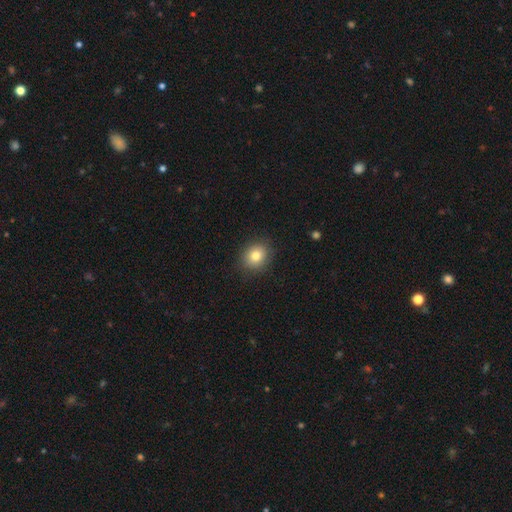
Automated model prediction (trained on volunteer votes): Q: Smooth or featured?
A: smooth (80%); runner-up: star or artifact (10%)
Q: How rounded?
A: round (66%); runner-up: in between (33%)
Q: Merging?
A: none (87%); runner-up: minor disturbance (9%)